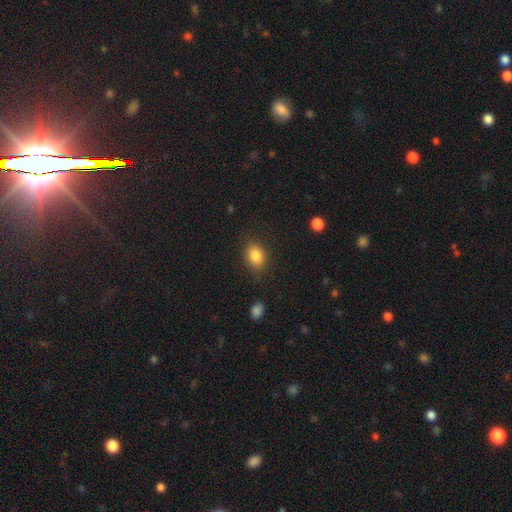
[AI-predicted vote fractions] Overall: smooth (84%). How rounded: in between (62%; round 36%). Merging: none (83%).